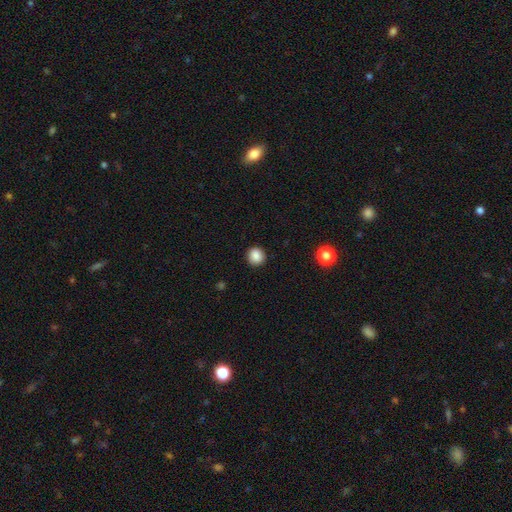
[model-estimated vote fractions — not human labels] Q: Smooth or featured?
A: smooth (87%); runner-up: star or artifact (10%)
Q: How rounded?
A: round (89%); runner-up: in between (10%)
Q: Merging?
A: none (91%); runner-up: minor disturbance (6%)